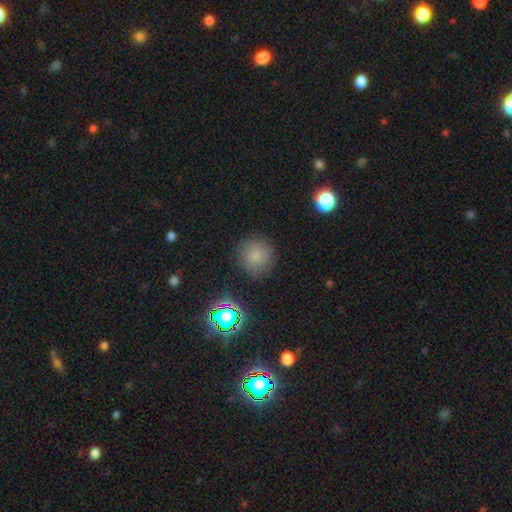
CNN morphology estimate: Smooth or featured? Predicted: smooth (p=0.76). How rounded? Predicted: round (p=0.94). Merging? Predicted: none (p=0.87).